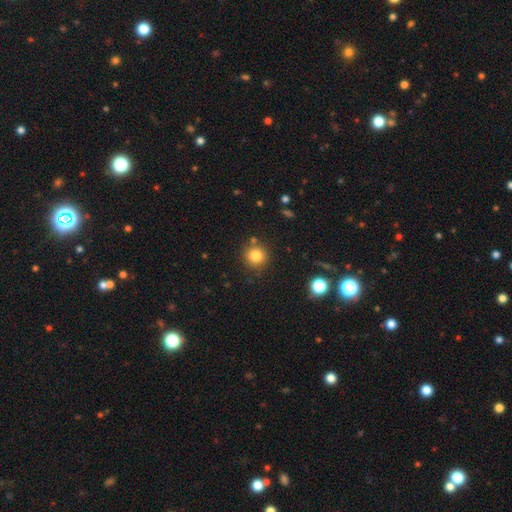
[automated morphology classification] Smooth or featured?
  - smooth: 81% *
  - star or artifact: 12%
  - featured or disk: 6%
How rounded?
  - round: 93% *
  - in between: 6%
  - cigar-shaped: 1%
Merging?
  - none: 83% *
  - minor disturbance: 8%
  - merger: 6%
  - major disturbance: 3%